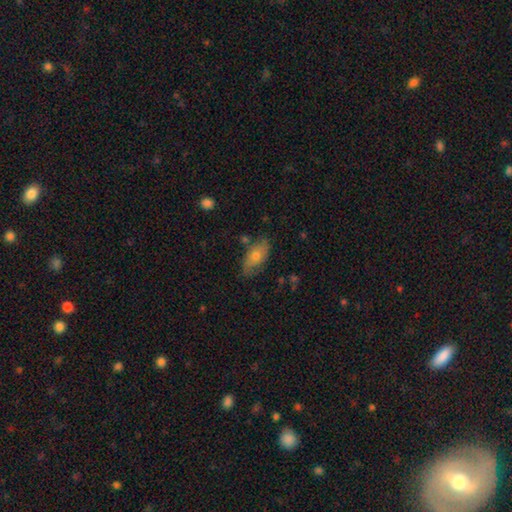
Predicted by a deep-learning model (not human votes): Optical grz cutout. It shows a smooth galaxy with no disk features (57%) that is in between round and cigar-shaped (87%). Merging: none (72%).